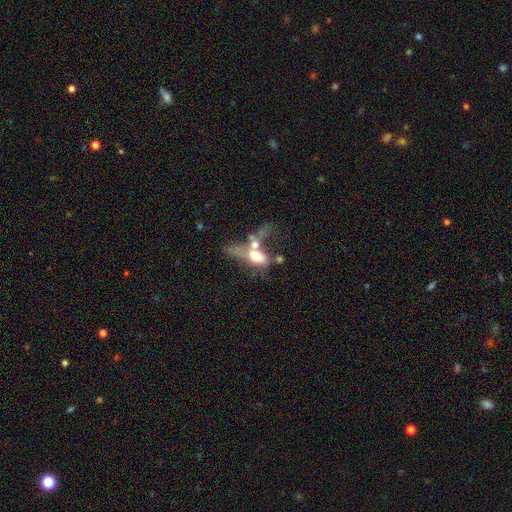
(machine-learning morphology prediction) A smooth galaxy with no disk features (49%).

Vote fractions:
- Smooth or featured? smooth: 49% / featured or disk: 41% / star or artifact: 10%
- Merging? merger: 56% / major disturbance: 22% / none: 13% / minor disturbance: 9%